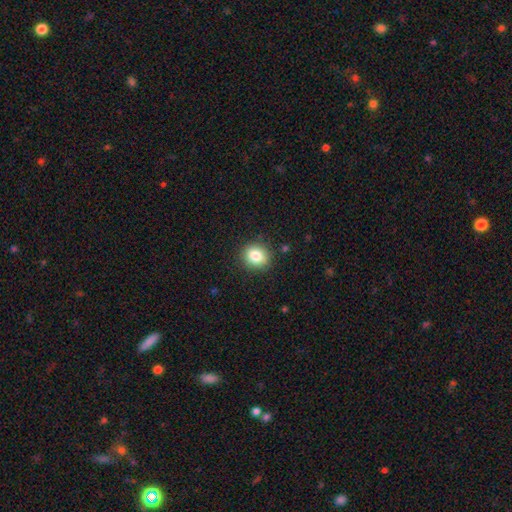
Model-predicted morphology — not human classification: A smooth galaxy with no disk features (83%) that is round (72%). Merging: none (89%).